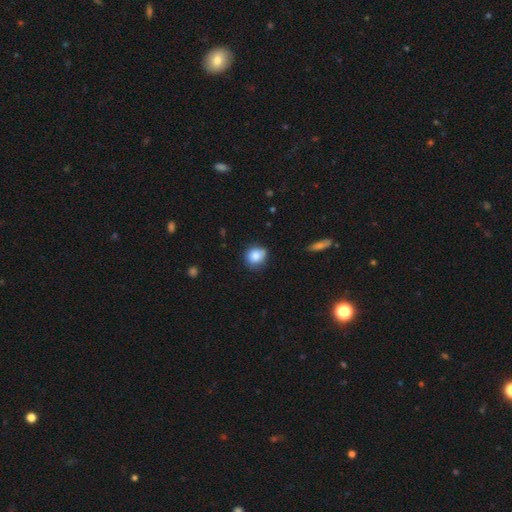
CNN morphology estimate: The model was most divided on "merging": none: 71%, minor disturbance: 23%, major disturbance: 4%, merger: 2%. More confident: smooth or featured — smooth (84%); how rounded — round (76%).